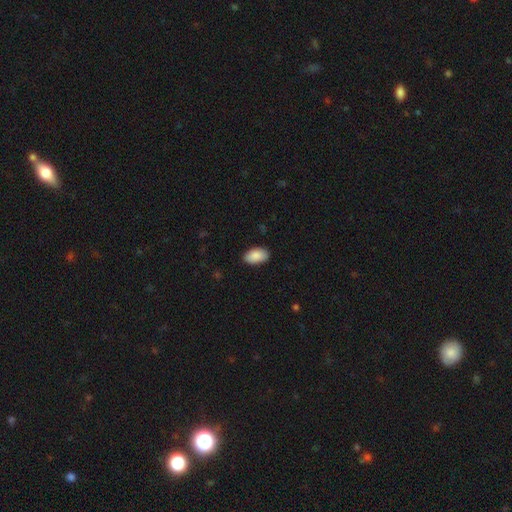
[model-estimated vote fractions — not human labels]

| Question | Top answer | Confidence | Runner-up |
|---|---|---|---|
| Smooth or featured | smooth | 89% | star or artifact (6%) |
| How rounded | in between | 94% | round (4%) |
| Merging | none | 87% | minor disturbance (10%) |